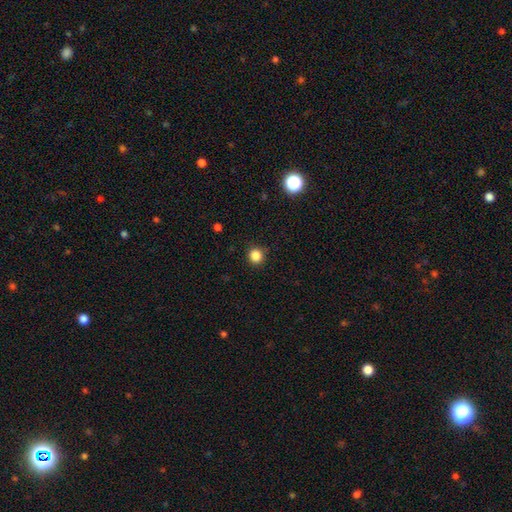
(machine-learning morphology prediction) Q: Smooth or featured?
A: smooth (85%); runner-up: star or artifact (12%)
Q: How rounded?
A: round (93%); runner-up: in between (6%)
Q: Merging?
A: none (91%); runner-up: minor disturbance (6%)